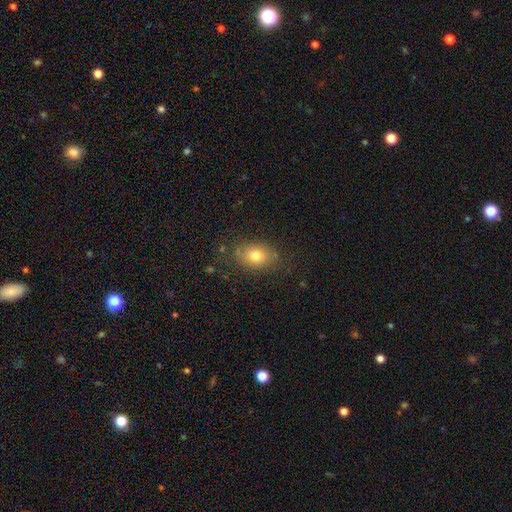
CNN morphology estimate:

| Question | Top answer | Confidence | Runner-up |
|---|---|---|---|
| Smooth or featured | smooth | 75% | featured or disk (13%) |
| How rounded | in between | 68% | round (31%) |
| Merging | none | 79% | minor disturbance (15%) |